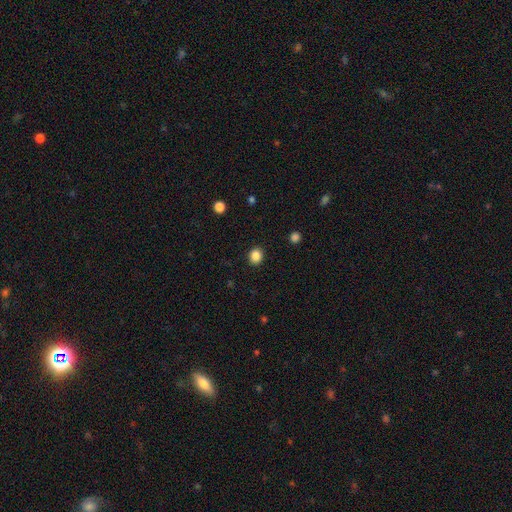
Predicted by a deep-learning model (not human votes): Smooth or featured? smooth (86%)
How rounded? round (72%)
Merging? none (91%)